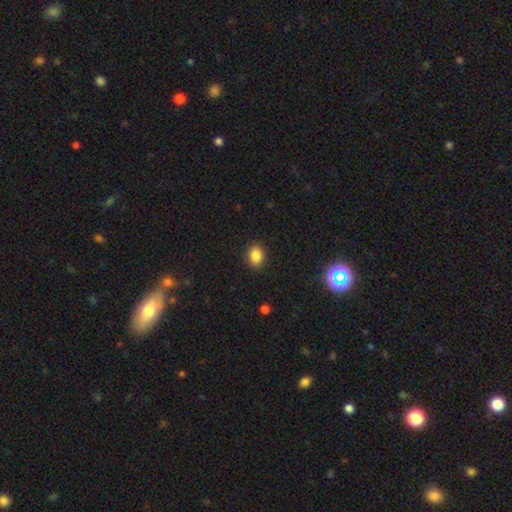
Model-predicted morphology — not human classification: type=smooth (86%); roundness=round (51%); merging=none (89%).